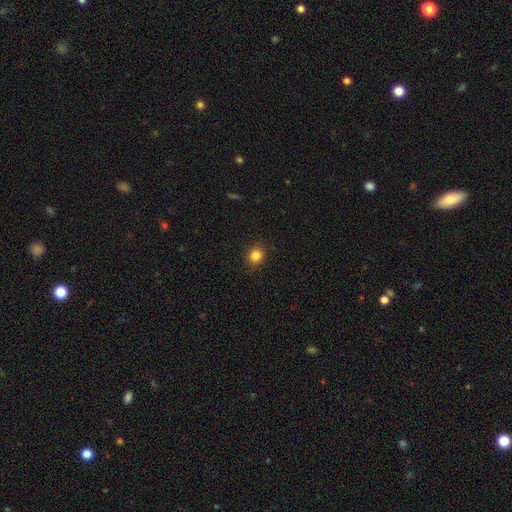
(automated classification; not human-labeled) smooth 84%, star or artifact 11%, featured or disk 5%. Down the decision tree: how rounded — round (78%); merging — none (89%).